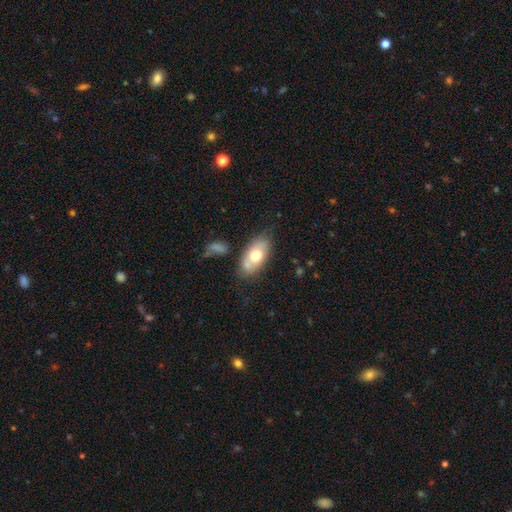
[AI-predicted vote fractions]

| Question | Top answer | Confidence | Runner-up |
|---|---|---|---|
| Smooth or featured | smooth | 63% | featured or disk (30%) |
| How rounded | in between | 90% | round (6%) |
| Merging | none | 62% | minor disturbance (19%) |